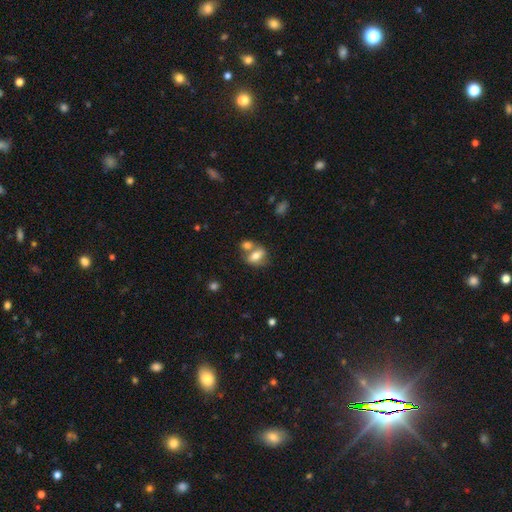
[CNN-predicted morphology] smooth_or_featured: smooth (p=0.68) [alt: featured or disk p=0.23]
how_rounded: in between (p=0.73) [alt: round p=0.23]
merging: merger (p=0.43) [alt: none p=0.40]